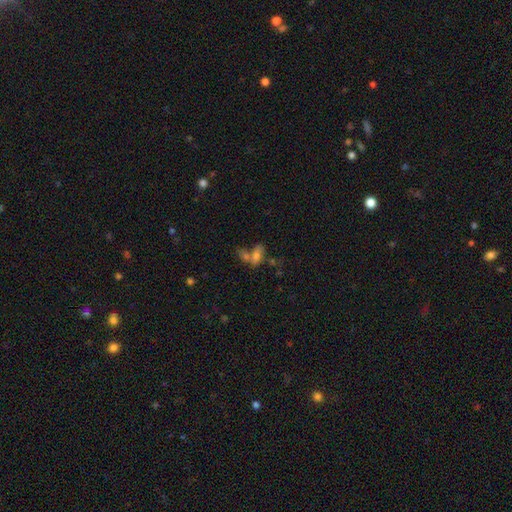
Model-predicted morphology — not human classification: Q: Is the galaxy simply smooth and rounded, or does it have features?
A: smooth — 62%.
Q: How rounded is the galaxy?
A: in between — 76%.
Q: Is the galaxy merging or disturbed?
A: merger — 46%.